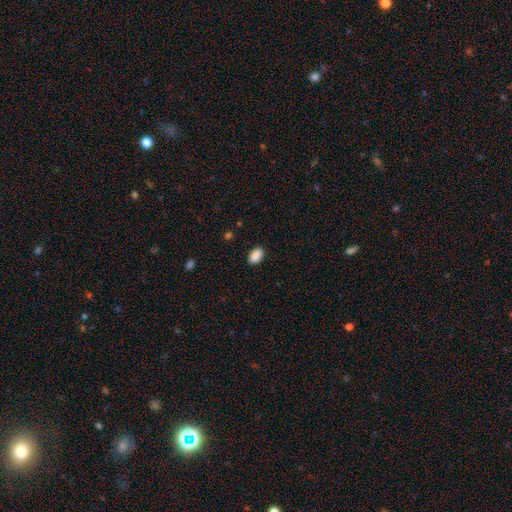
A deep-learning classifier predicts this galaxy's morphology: Smooth or featured: smooth — 90% (star or artifact — 7%)
How rounded: in between — 92% (round — 7%)
Merging: none — 89% (minor disturbance — 8%)